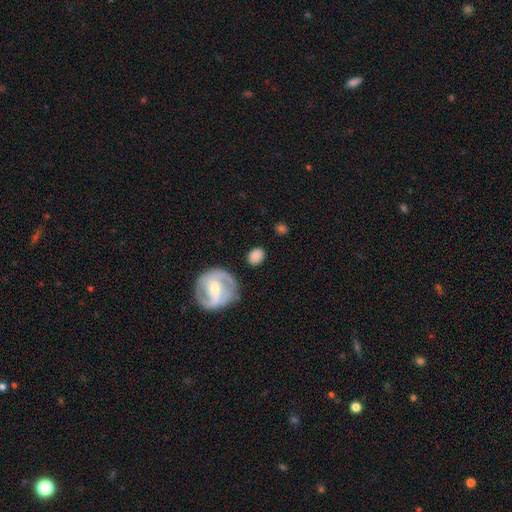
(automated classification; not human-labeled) smooth_or_featured: smooth (p=0.74) [alt: featured or disk p=0.19]
how_rounded: round (p=0.53) [alt: in between p=0.45]
merging: none (p=0.79) [alt: minor disturbance p=0.13]